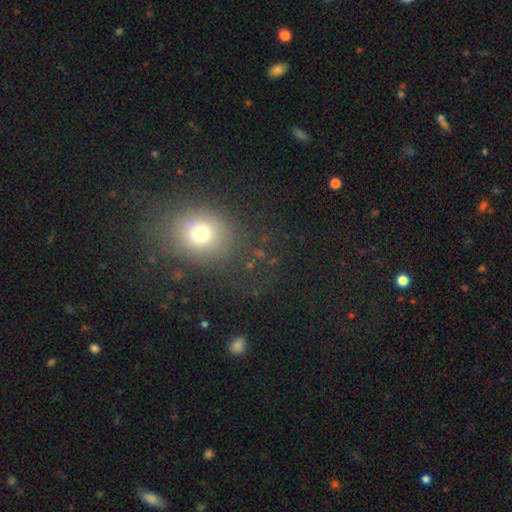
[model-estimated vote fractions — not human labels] smooth-or-featured: smooth: 66% | star or artifact: 23% | featured or disk: 11%
  how-rounded: round: 63% | in between: 35% | cigar-shaped: 1%
  merging: none: 76% | minor disturbance: 13% | major disturbance: 8% | merger: 2%